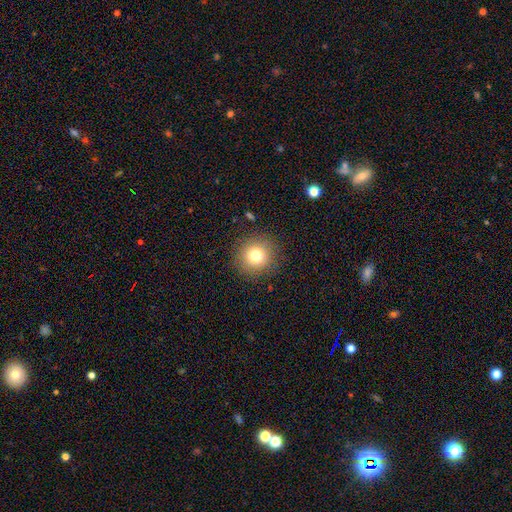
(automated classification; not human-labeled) Smooth or featured? smooth (77%)
How rounded? round (93%)
Merging? none (89%)